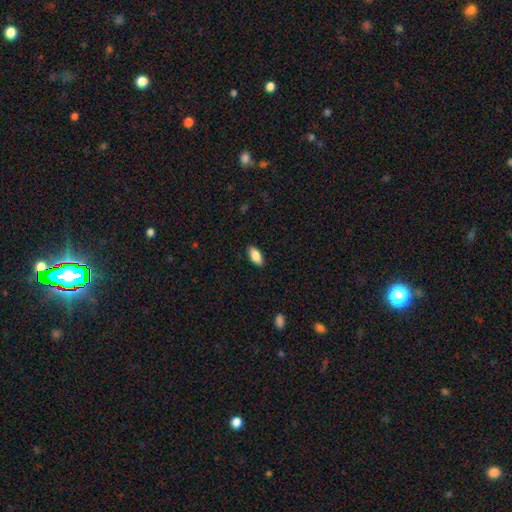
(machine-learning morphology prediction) Smooth or featured? smooth (85%)
How rounded? in between (89%)
Merging? none (88%)